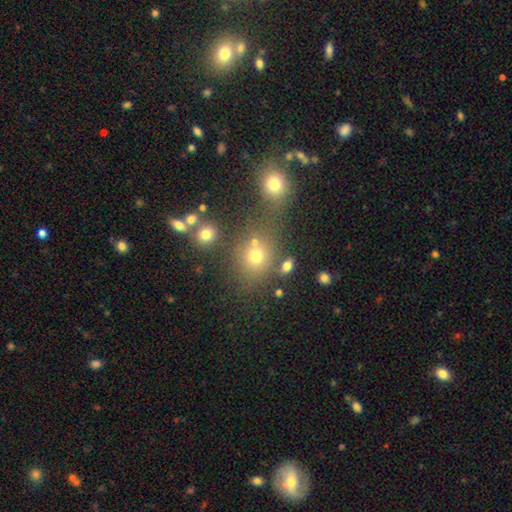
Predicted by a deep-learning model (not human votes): A smooth galaxy with no disk features (69%) that is round (73%). Merging: none (58%).